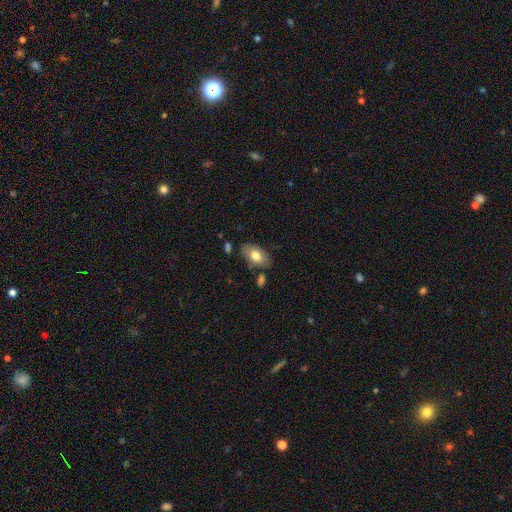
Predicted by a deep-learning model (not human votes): This is likely a smooth galaxy (74%). How rounded: clearly in between (92%). Merging: likely none (77%).